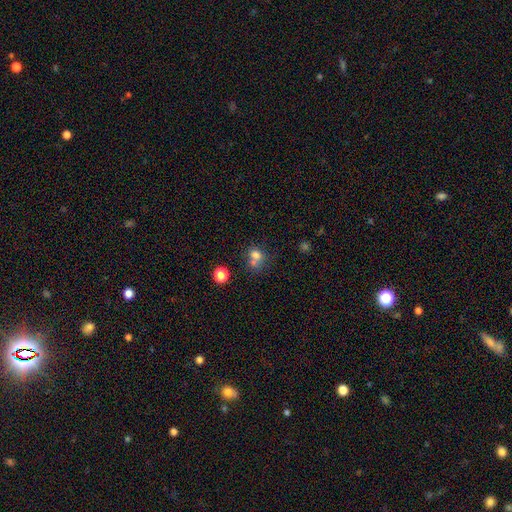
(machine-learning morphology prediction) Smooth or featured? Predicted: smooth (p=0.73). How rounded? Predicted: round (p=0.65). Merging? Predicted: merger (p=0.46).